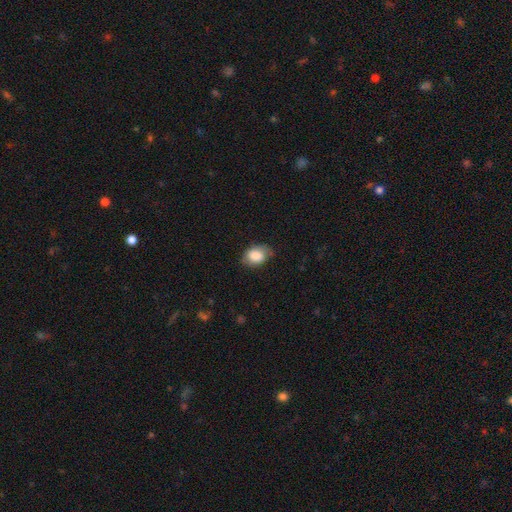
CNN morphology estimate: Smooth or featured?
  - smooth: 84% *
  - featured or disk: 9%
  - star or artifact: 7%
How rounded?
  - in between: 75% *
  - round: 24%
  - cigar-shaped: 1%
Merging?
  - none: 70% *
  - minor disturbance: 23%
  - major disturbance: 5%
  - merger: 1%